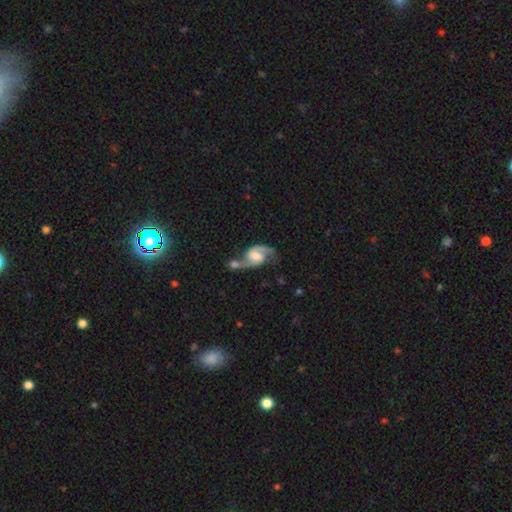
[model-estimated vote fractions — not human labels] smooth_or_featured: featured or disk (p=0.86) [alt: smooth p=0.08]
disk_edge_on: no (p=0.97) [alt: yes p=0.03]
bar: weak (p=0.50) [alt: no p=0.33]
has_spiral_arms: yes (p=0.96) [alt: no p=0.04]
spiral_winding: medium (p=0.48) [alt: loose p=0.39]
spiral_arm_count: 2 (p=0.91) [alt: 1 p=0.03]
bulge_size: moderate (p=0.49) [alt: small p=0.27]
merging: merger (p=0.41) [alt: none p=0.36]